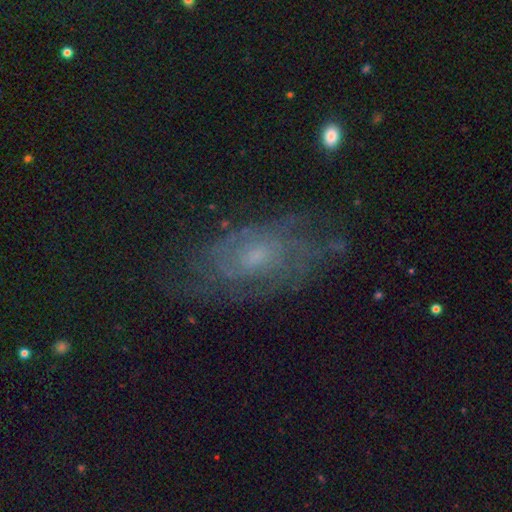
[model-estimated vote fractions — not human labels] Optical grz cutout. It shows a featured or disk galaxy (65%) with no bar (69%), spiral arms (83%) and a small central bulge (56%). Merging: none (73%).